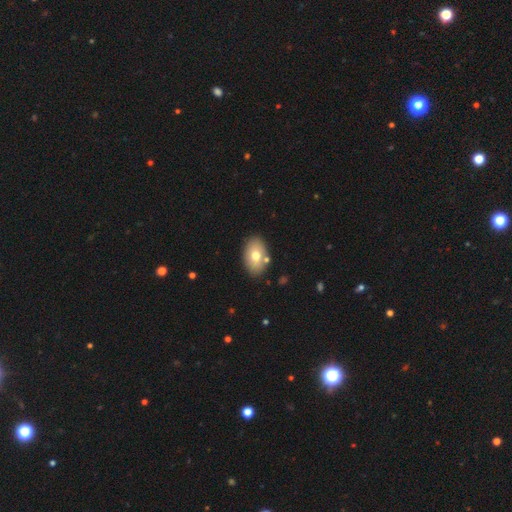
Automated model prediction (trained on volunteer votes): Q: Smooth or featured?
A: smooth (70%); runner-up: featured or disk (22%)
Q: How rounded?
A: in between (88%); runner-up: round (11%)
Q: Merging?
A: none (81%); runner-up: minor disturbance (10%)